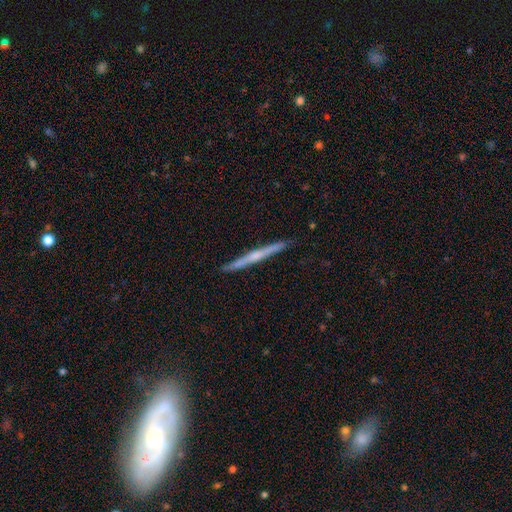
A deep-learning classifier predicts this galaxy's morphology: Smooth or featured? Predicted: featured or disk (p=0.64). Edge-on disk? Predicted: yes (p=0.98). Edge-on bulge? Predicted: rounded (p=0.46, tied with none). Merging? Predicted: none (p=0.91).